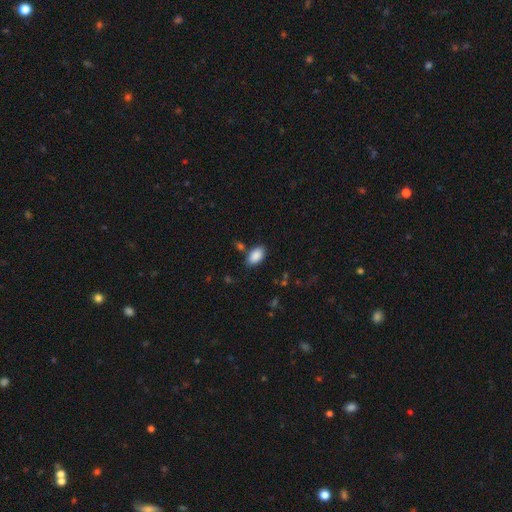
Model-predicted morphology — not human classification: type=smooth (89%); roundness=in between (93%); merging=none (79%).